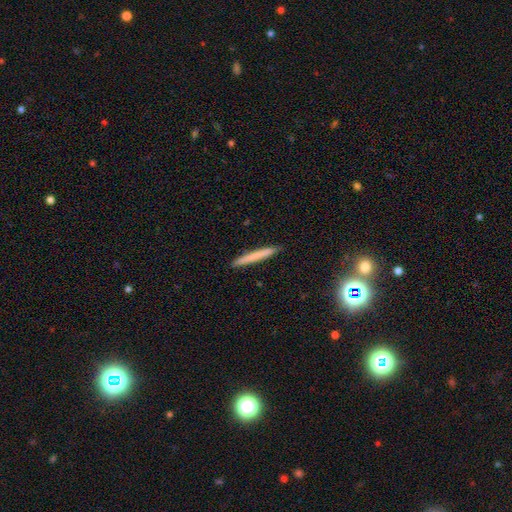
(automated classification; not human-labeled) Smooth or featured? Predicted: smooth (p=0.68). How rounded? Predicted: cigar-shaped (p=0.97). Merging? Predicted: none (p=0.92).